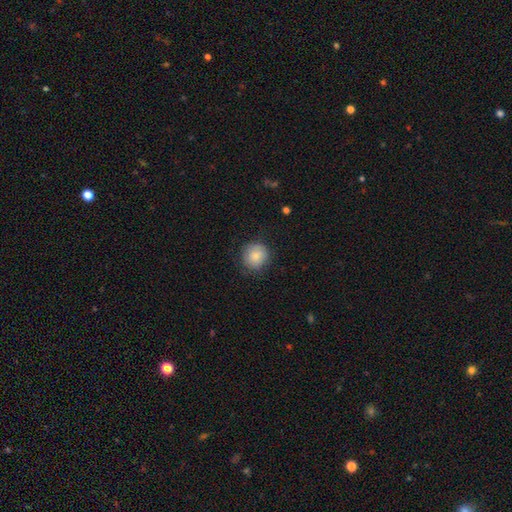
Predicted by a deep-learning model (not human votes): smooth 84%, featured or disk 9%, star or artifact 8%. Down the decision tree: how rounded — round (90%); merging — none (79%).